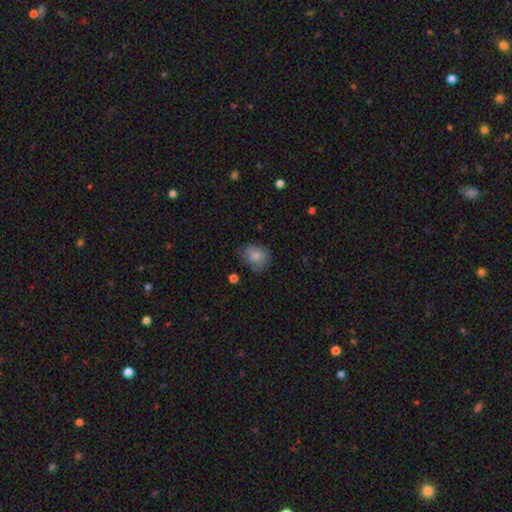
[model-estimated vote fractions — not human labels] smooth 83%, featured or disk 9%, star or artifact 8%. Down the decision tree: how rounded — in between (50%); merging — none (65%).